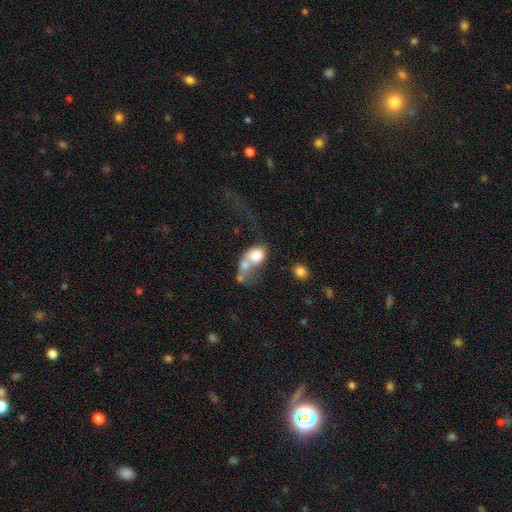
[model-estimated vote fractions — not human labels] This is likely a smooth galaxy (69%). How rounded: possibly round (51%). Merging: likely merger (65%).